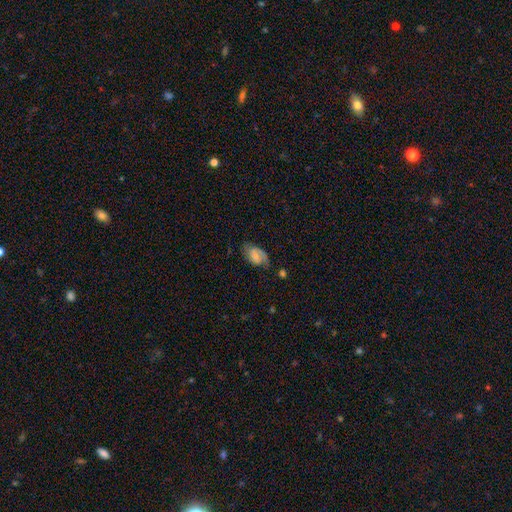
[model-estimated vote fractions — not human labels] featured or disk 54%, smooth 38%, star or artifact 9%. Down the decision tree: edge-on disk — no (96%); bar — weak (45%); spiral arms — yes (86%); bulge size — small (34%); merging — none (57%).